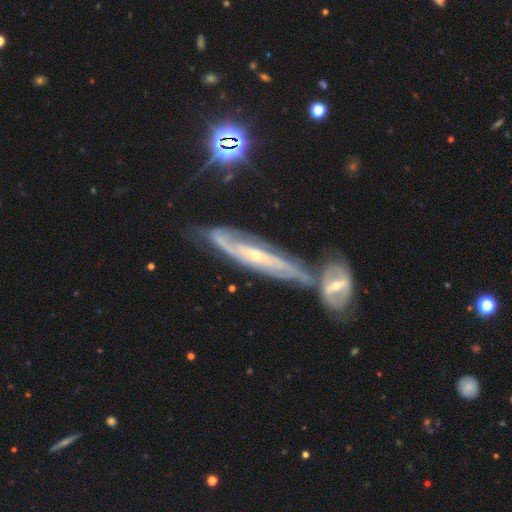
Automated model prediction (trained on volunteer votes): Q: Smooth or featured?
A: featured or disk (85%); runner-up: smooth (8%)
Q: Edge-on disk?
A: no (66%); runner-up: yes (34%)
Q: Bar?
A: no (42%); runner-up: weak (33%)
Q: Spiral arms?
A: yes (93%); runner-up: no (7%)
Q: Spiral winding?
A: tight (50%); runner-up: medium (35%)
Q: Spiral arm count?
A: 2 (54%); runner-up: can't tell (29%)
Q: Bulge size?
A: small (65%); runner-up: moderate (31%)
Q: Merging?
A: none (52%); runner-up: merger (27%)